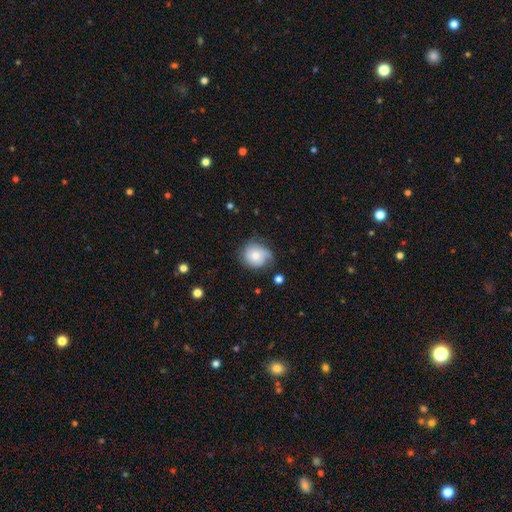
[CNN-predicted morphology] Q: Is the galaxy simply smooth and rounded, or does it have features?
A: smooth — 60%.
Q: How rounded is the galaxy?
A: round — 77%.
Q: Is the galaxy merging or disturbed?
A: none — 53%.